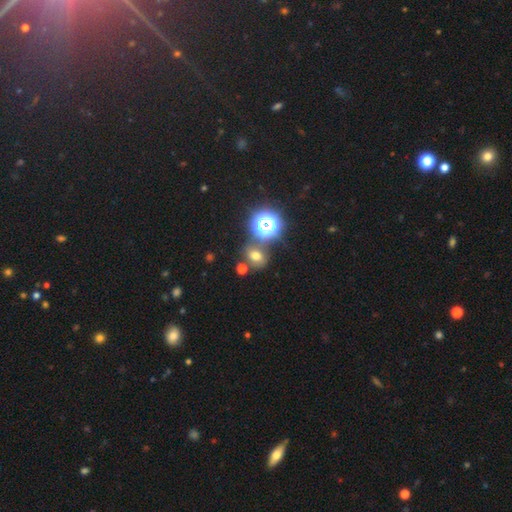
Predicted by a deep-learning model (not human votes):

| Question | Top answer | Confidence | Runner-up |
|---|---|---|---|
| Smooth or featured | smooth | 61% | star or artifact (27%) |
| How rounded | round | 54% | in between (44%) |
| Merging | none | 69% | merger (13%) |